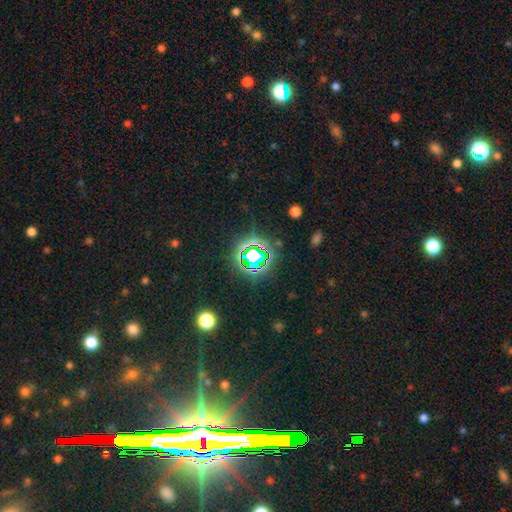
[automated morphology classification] Smooth or featured?
  - star or artifact: 74% *
  - smooth: 16%
  - featured or disk: 10%